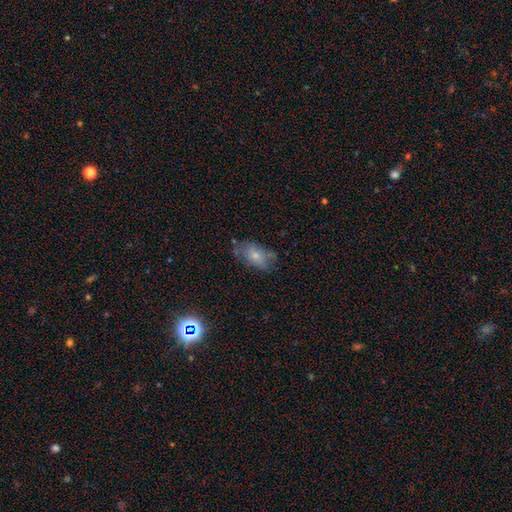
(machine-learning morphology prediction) This appears to be a smooth galaxy with no disk features (65%) that is in between round and cigar-shaped (90%). Merging: none (58%).